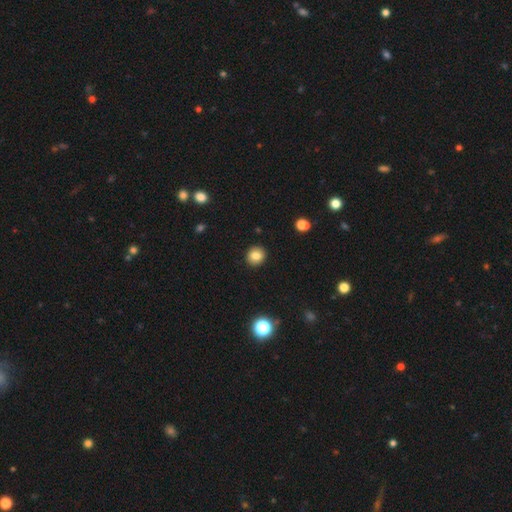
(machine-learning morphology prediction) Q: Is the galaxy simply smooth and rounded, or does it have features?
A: smooth — 83%.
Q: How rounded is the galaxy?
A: round — 85%.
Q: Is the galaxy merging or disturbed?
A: none — 92%.